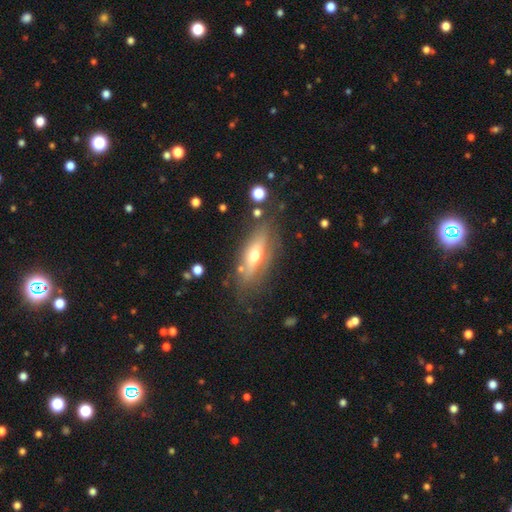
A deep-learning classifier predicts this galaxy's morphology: A featured or disk galaxy (51%) viewed edge-on (63%).

Vote fractions:
- Smooth or featured? featured or disk: 51% / smooth: 41% / star or artifact: 8%
- Edge-on disk? yes: 63% / no: 37%
- Merging? none: 72% / minor disturbance: 17% / major disturbance: 7% / merger: 4%